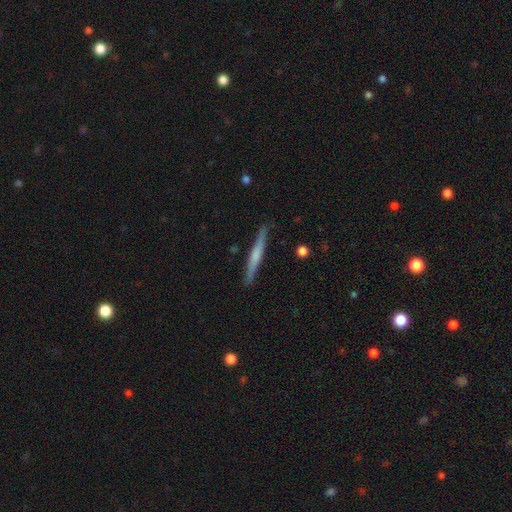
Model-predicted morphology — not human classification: A featured or disk galaxy (53%) viewed edge-on (97%) with a rounded central bulge (42%). Merging: none (89%).